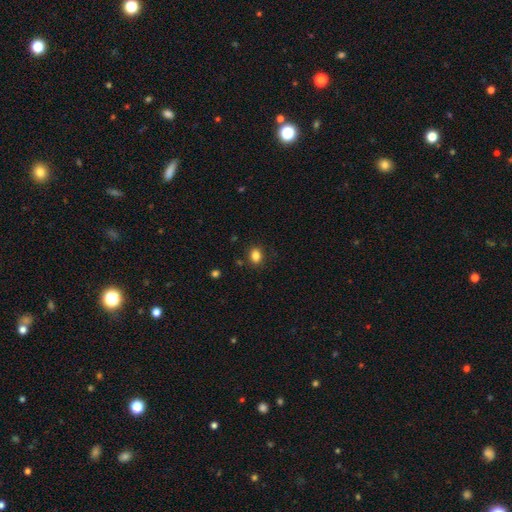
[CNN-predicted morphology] type=smooth (85%); roundness=in between (60%); merging=none (86%).